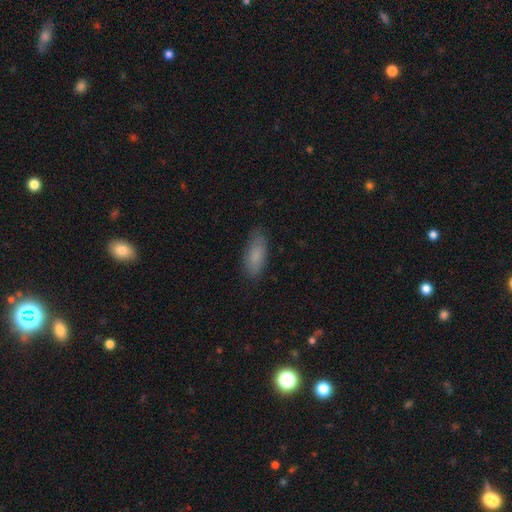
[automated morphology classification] A smooth galaxy with no disk features (83%) that is in between round and cigar-shaped (74%).

Vote fractions:
- Smooth or featured? smooth: 83% / featured or disk: 10% / star or artifact: 7%
- How rounded? in between: 74% / cigar-shaped: 24% / round: 2%
- Merging? none: 82% / minor disturbance: 14% / major disturbance: 3% / merger: 1%